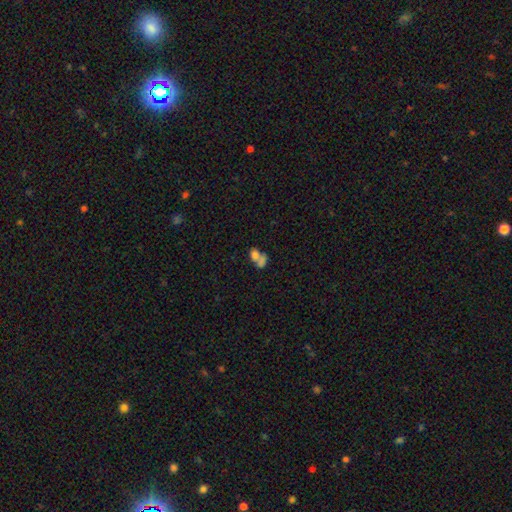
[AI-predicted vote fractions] Smooth or featured?
  - smooth: 70% *
  - featured or disk: 18%
  - star or artifact: 12%
How rounded?
  - in between: 67% *
  - round: 30%
  - cigar-shaped: 2%
Merging?
  - merger: 65% *
  - none: 20%
  - minor disturbance: 8%
  - major disturbance: 7%